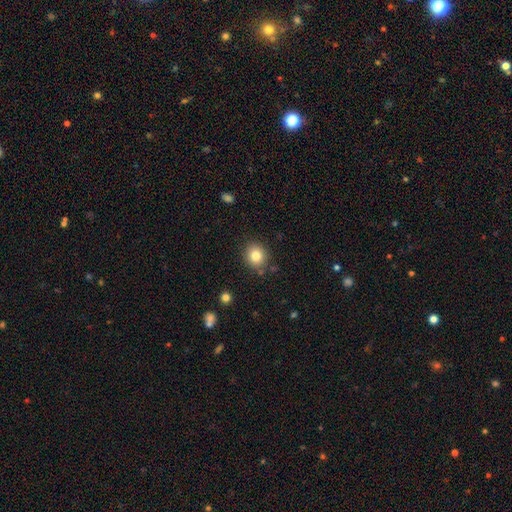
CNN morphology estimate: smooth-or-featured: smooth: 81% | star or artifact: 11% | featured or disk: 8%
  how-rounded: round: 82% | in between: 17% | cigar-shaped: 1%
  merging: none: 86% | minor disturbance: 9% | merger: 3% | major disturbance: 2%